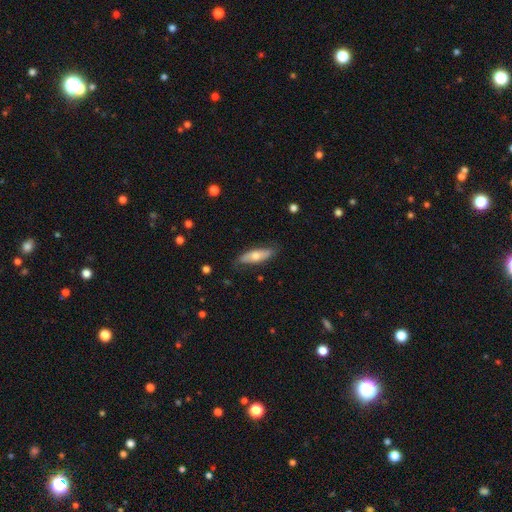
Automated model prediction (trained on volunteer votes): This appears to be a smooth galaxy with no disk features (61%) that is in between round and cigar-shaped (51%). Merging: none (79%).